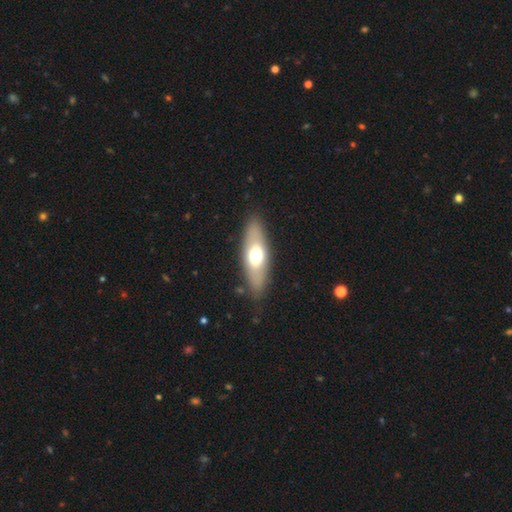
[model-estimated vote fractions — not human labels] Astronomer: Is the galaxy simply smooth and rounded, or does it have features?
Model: smooth — 58% (runner-up: featured or disk, 35%).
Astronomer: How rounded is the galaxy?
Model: in between — 63%.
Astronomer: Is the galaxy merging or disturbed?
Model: none — 85%.